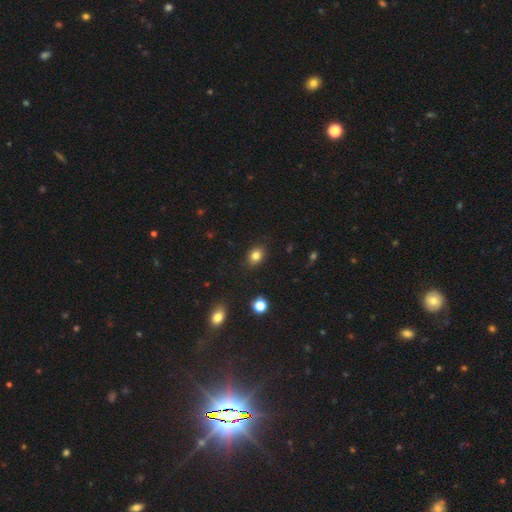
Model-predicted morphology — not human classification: This is clearly a smooth galaxy (83%). How rounded: likely in between (63%). Merging: clearly none (87%).